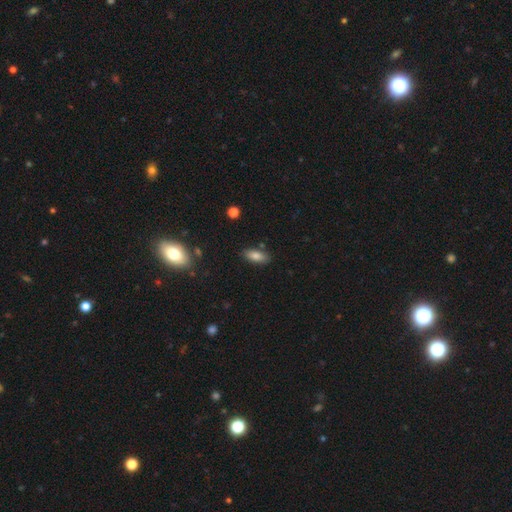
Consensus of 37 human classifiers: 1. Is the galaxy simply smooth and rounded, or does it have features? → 86% smooth, 8% featured or disk, 5% star or artifact.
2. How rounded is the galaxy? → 91% in between, 9% cigar-shaped, 0% round.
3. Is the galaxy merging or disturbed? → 91% none, 3% minor disturbance, 3% major disturbance, 3% merger.